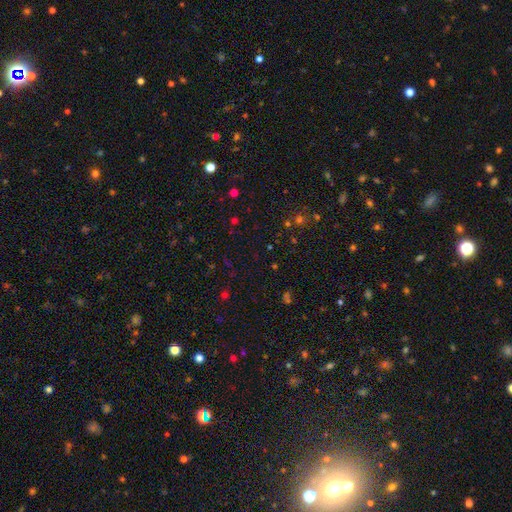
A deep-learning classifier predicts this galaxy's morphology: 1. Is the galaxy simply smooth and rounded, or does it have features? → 59% star or artifact, 33% smooth, 8% featured or disk.